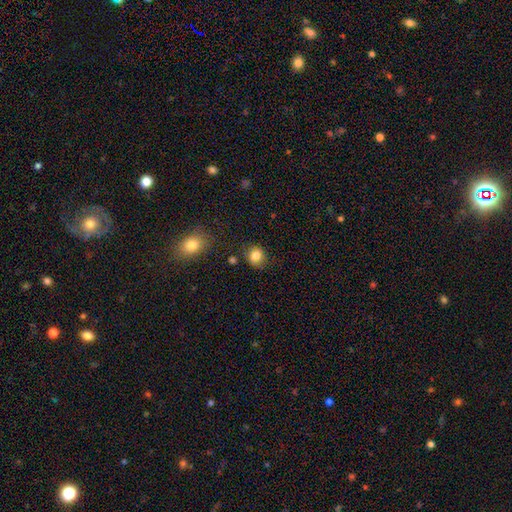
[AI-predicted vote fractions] smooth_or_featured: smooth (p=0.83) [alt: star or artifact p=0.11]
how_rounded: round (p=0.78) [alt: in between p=0.21]
merging: none (p=0.80) [alt: minor disturbance p=0.13]